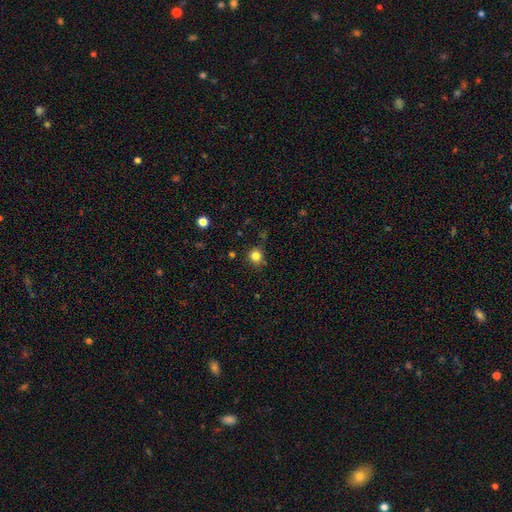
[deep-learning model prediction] smooth 82%, star or artifact 13%, featured or disk 5%. Down the decision tree: how rounded — round (89%); merging — none (81%).